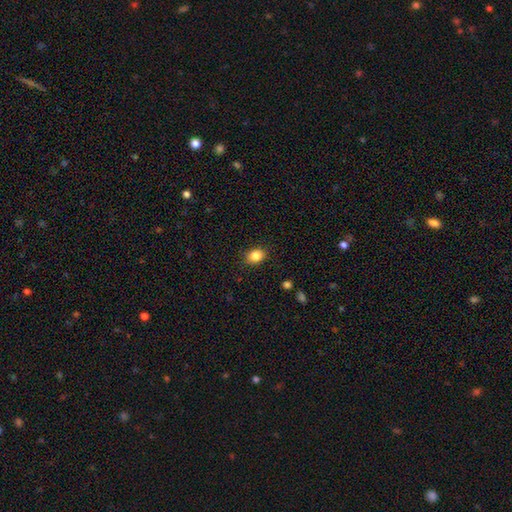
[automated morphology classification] The model was most divided on "how rounded": in between: 52%, round: 47%, cigar-shaped: 1%. More confident: merging — none (87%); smooth or featured — smooth (85%).